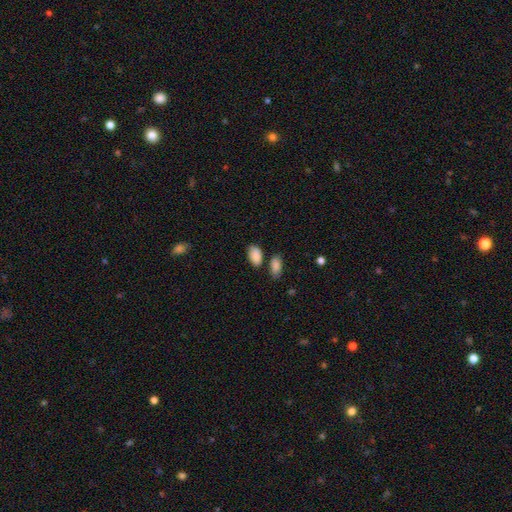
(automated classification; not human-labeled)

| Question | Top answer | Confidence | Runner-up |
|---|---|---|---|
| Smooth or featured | smooth | 88% | star or artifact (7%) |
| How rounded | in between | 93% | round (5%) |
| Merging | none | 72% | minor disturbance (14%) |